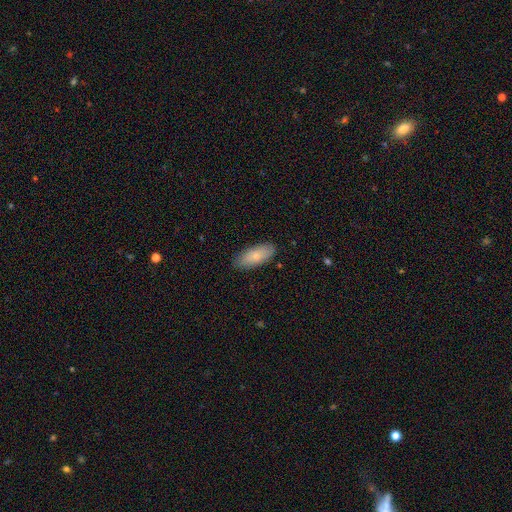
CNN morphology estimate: Smooth or featured? smooth (78%)
How rounded? in between (81%)
Merging? none (86%)